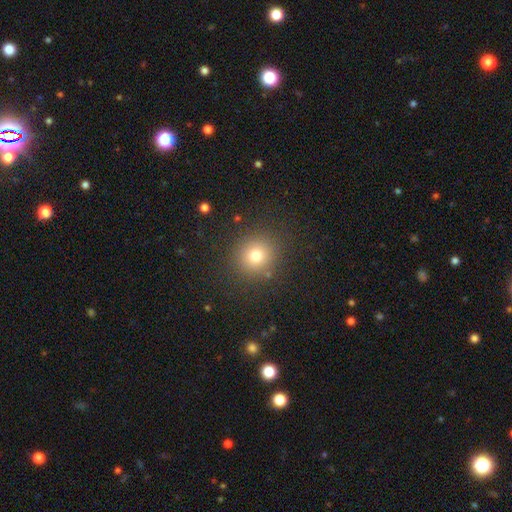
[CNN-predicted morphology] smooth_or_featured: smooth (p=0.77) [alt: star or artifact p=0.15]
how_rounded: round (p=0.90) [alt: in between p=0.10]
merging: none (p=0.88) [alt: minor disturbance p=0.07]